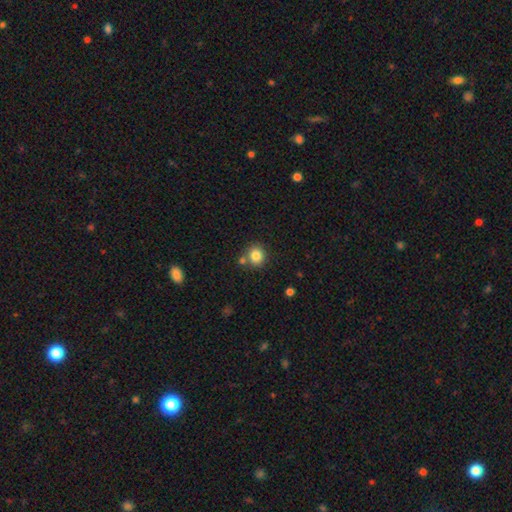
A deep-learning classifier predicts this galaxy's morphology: Smooth or featured? Predicted: smooth (p=0.83). How rounded? Predicted: round (p=0.85). Merging? Predicted: none (p=0.71).